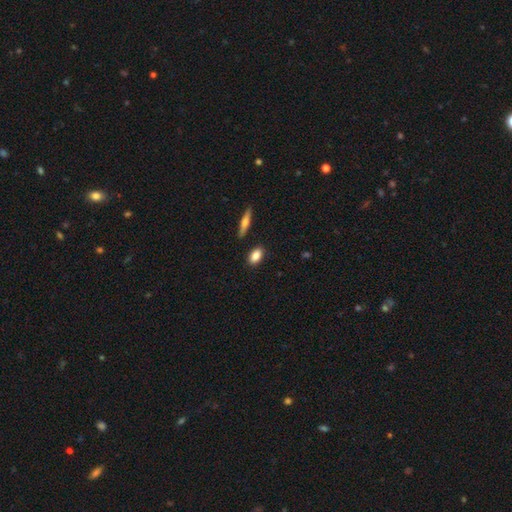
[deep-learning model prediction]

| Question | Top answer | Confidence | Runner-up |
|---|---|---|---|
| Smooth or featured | smooth | 85% | featured or disk (8%) |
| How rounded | in between | 83% | round (10%) |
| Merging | none | 86% | minor disturbance (9%) |